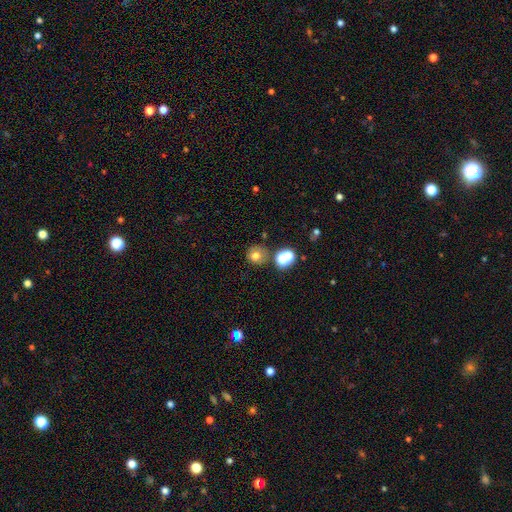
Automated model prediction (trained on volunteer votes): smooth-or-featured: smooth: 72% | star or artifact: 17% | featured or disk: 11%
  how-rounded: round: 88% | in between: 11% | cigar-shaped: 1%
  merging: none: 74% | merger: 11% | minor disturbance: 10% | major disturbance: 4%